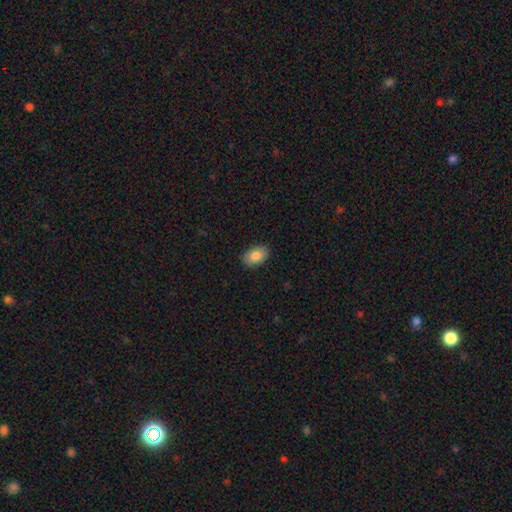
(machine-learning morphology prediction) This is clearly a smooth galaxy (86%). How rounded: clearly in between (90%). Merging: clearly none (88%).